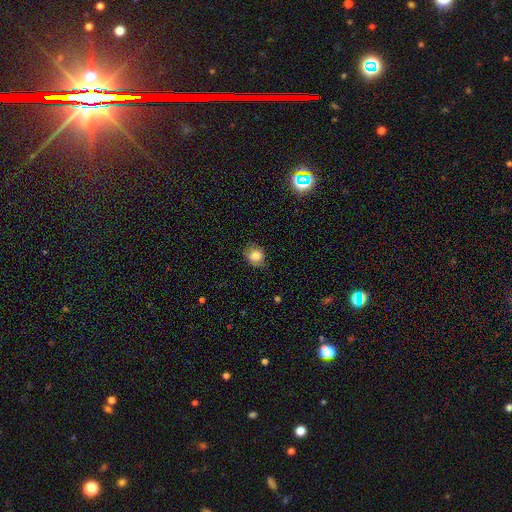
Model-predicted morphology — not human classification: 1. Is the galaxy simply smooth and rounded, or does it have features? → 80% smooth, 10% star or artifact, 10% featured or disk.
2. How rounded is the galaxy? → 71% round, 28% in between, 1% cigar-shaped.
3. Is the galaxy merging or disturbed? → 73% none, 21% minor disturbance, 4% major disturbance, 1% merger.